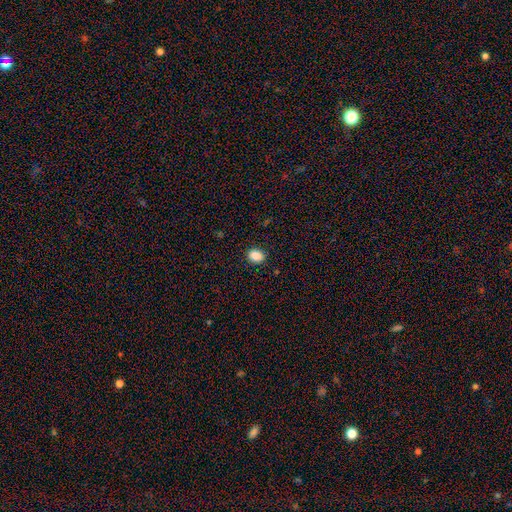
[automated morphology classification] A smooth galaxy with no disk features (88%) that is in between round and cigar-shaped (60%). Merging: none (89%).